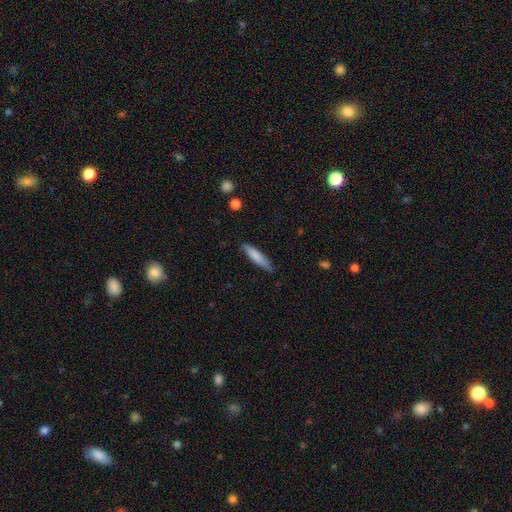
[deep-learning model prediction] smooth_or_featured: smooth (p=0.78) [alt: featured or disk p=0.16]
how_rounded: cigar-shaped (p=0.83) [alt: in between p=0.16]
merging: none (p=0.81) [alt: minor disturbance p=0.15]